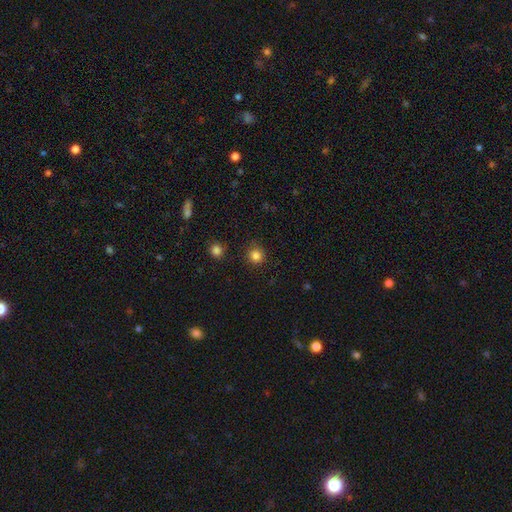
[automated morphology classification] A smooth galaxy with no disk features (83%) that is round (93%). Merging: none (88%).